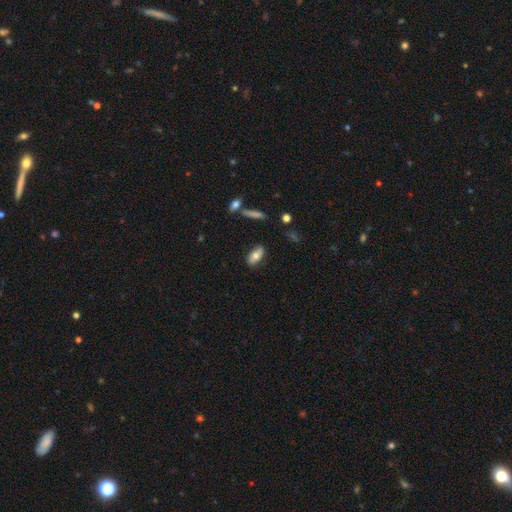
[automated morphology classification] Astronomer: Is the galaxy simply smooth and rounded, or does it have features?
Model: smooth — 71%.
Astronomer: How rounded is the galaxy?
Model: in between — 89%.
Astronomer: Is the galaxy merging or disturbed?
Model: none — 80%.